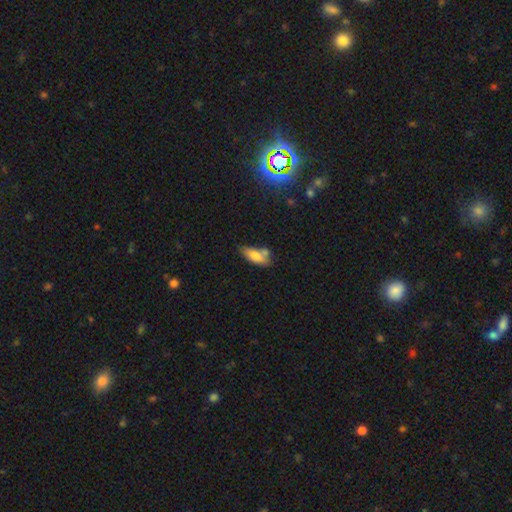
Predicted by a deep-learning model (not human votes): smooth-or-featured: smooth: 74% | featured or disk: 19% | star or artifact: 8%
  how-rounded: in between: 81% | cigar-shaped: 17% | round: 3%
  merging: none: 45% | minor disturbance: 24% | merger: 24% | major disturbance: 7%